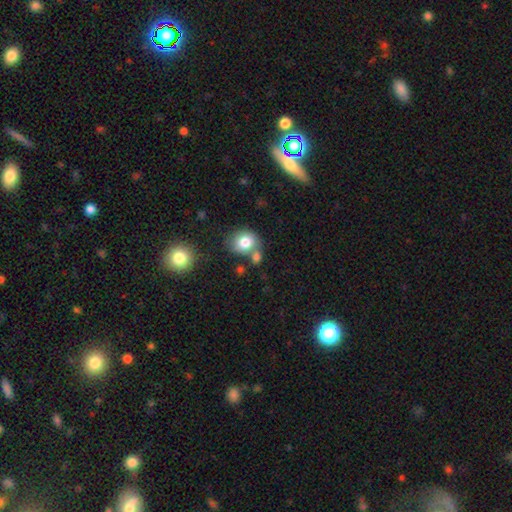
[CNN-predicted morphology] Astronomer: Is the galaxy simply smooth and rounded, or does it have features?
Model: smooth — 76%.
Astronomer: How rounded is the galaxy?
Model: round — 72%.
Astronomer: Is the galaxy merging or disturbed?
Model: none — 64%.